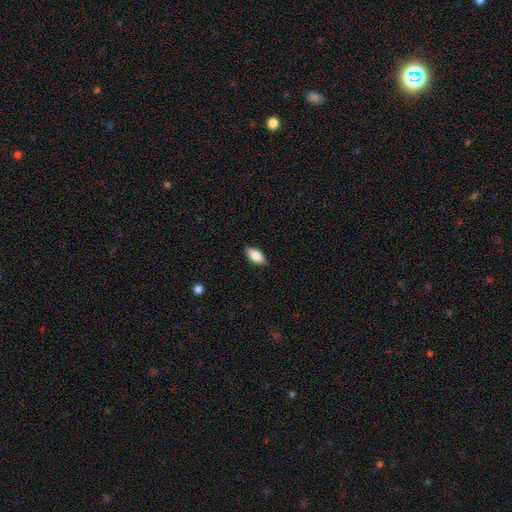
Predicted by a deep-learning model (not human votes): Smooth or featured?
  - smooth: 78% *
  - featured or disk: 15%
  - star or artifact: 7%
How rounded?
  - in between: 85% *
  - cigar-shaped: 12%
  - round: 3%
Merging?
  - none: 87% *
  - minor disturbance: 10%
  - major disturbance: 2%
  - merger: 1%